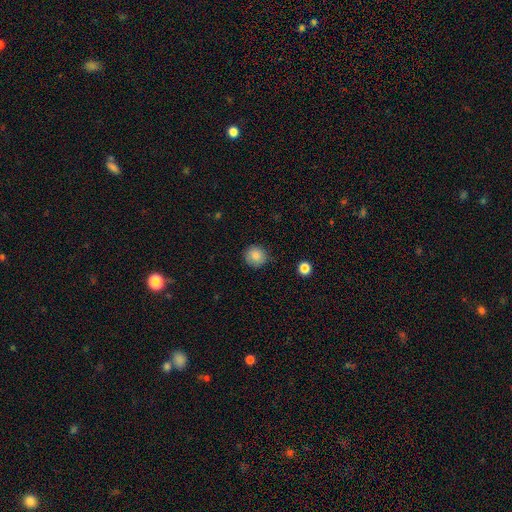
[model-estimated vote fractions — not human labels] Q: Smooth or featured?
A: smooth (85%); runner-up: star or artifact (9%)
Q: How rounded?
A: round (91%); runner-up: in between (8%)
Q: Merging?
A: none (85%); runner-up: minor disturbance (12%)